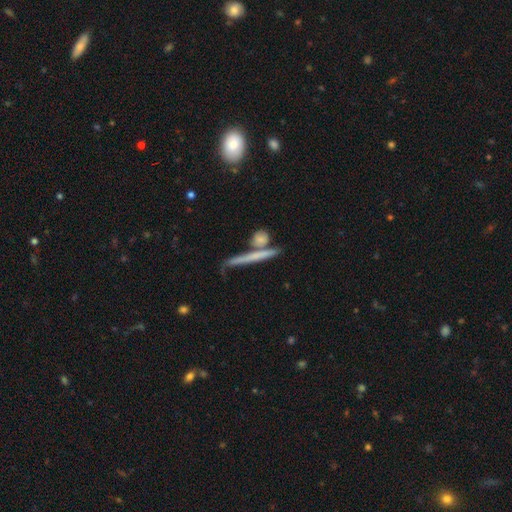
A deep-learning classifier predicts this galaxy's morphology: Smooth or featured?
  - smooth: 46% * (tied)
  - featured or disk: 46% * (tied)
  - star or artifact: 9%
Merging?
  - none: 66% *
  - merger: 18%
  - minor disturbance: 12%
  - major disturbance: 4%